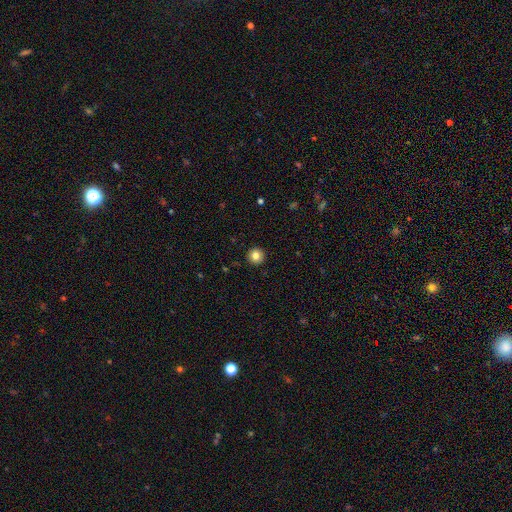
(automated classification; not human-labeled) Q: Smooth or featured?
A: smooth (83%); runner-up: star or artifact (10%)
Q: How rounded?
A: round (96%); runner-up: in between (3%)
Q: Merging?
A: none (93%); runner-up: minor disturbance (4%)